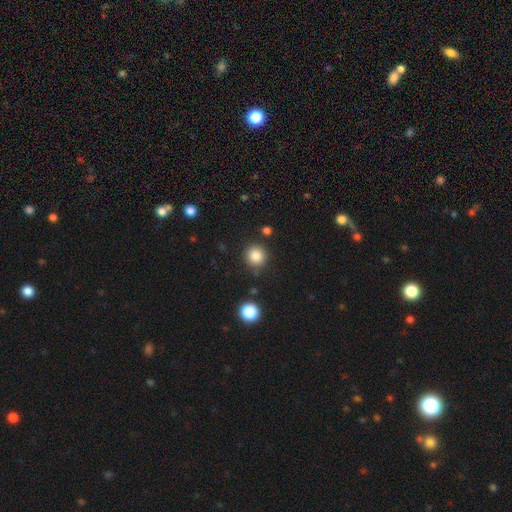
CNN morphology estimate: Overall: smooth (85%). How rounded: round (92%). Merging: none (85%).